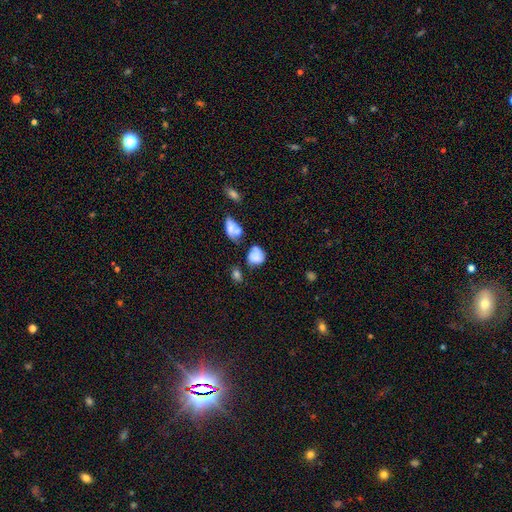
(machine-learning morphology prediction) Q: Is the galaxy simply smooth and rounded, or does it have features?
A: smooth — 75%.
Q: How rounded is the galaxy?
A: round — 63%.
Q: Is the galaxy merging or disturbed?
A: none — 46%.